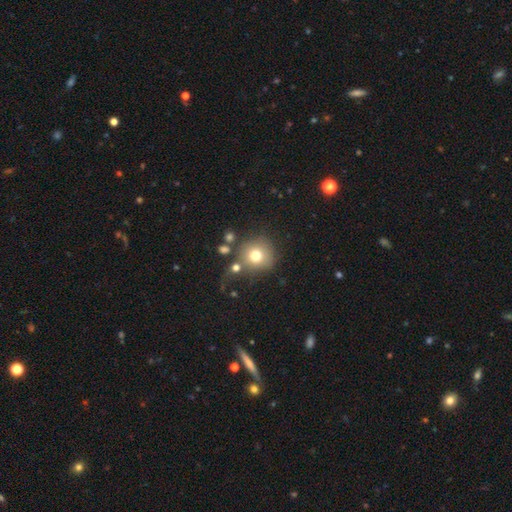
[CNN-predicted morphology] Smooth or featured?
  - smooth: 74% *
  - featured or disk: 13%
  - star or artifact: 13%
How rounded?
  - round: 92% *
  - in between: 7%
  - cigar-shaped: 1%
Merging?
  - none: 69% *
  - minor disturbance: 12%
  - merger: 11%
  - major disturbance: 8%